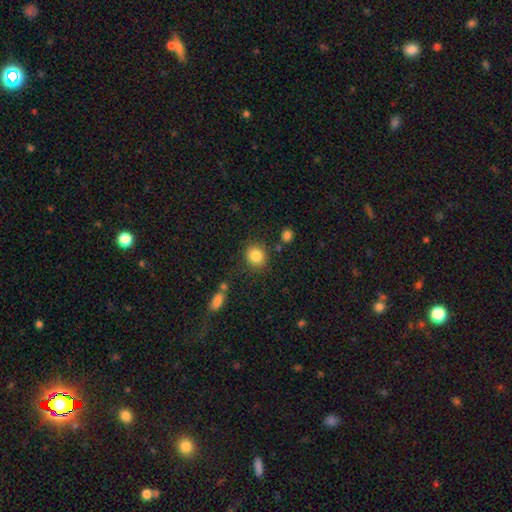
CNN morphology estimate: Q: Smooth or featured?
A: smooth (85%); runner-up: star or artifact (9%)
Q: How rounded?
A: round (79%); runner-up: in between (20%)
Q: Merging?
A: none (83%); runner-up: minor disturbance (10%)